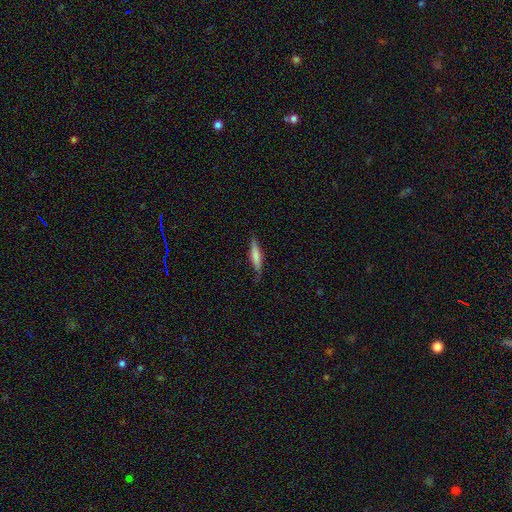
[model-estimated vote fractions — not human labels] Q: Smooth or featured?
A: smooth (70%); runner-up: featured or disk (24%)
Q: How rounded?
A: cigar-shaped (85%); runner-up: in between (13%)
Q: Merging?
A: none (72%); runner-up: minor disturbance (22%)